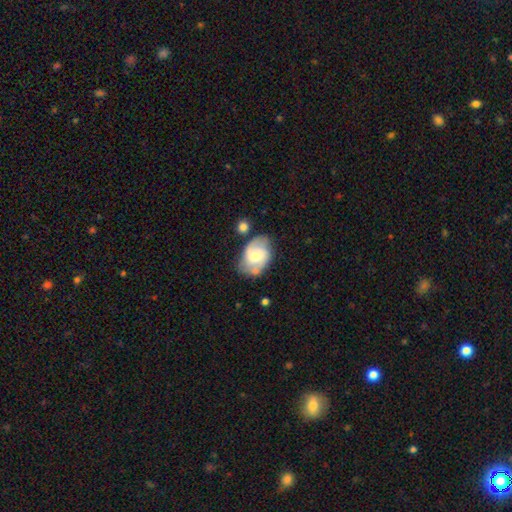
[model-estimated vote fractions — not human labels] A featured or disk galaxy (56%) with no bar (57%), spiral arms (85%) and a moderate central bulge (44%). Merging: none (60%).